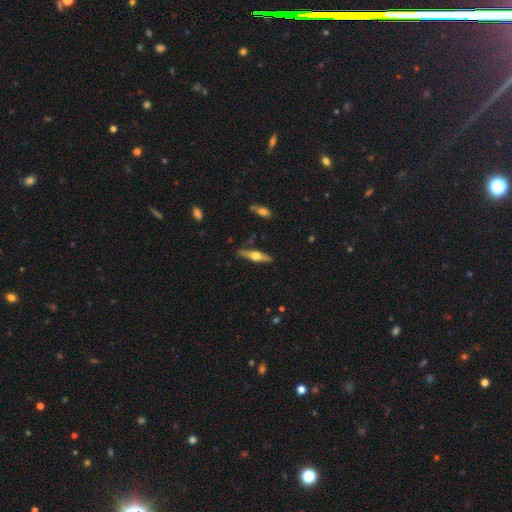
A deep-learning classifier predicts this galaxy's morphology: Q: Smooth or featured?
A: featured or disk (63%); runner-up: smooth (31%)
Q: Edge-on disk?
A: yes (95%); runner-up: no (5%)
Q: Edge-on bulge?
A: rounded (94%); runner-up: boxy (4%)
Q: Merging?
A: none (87%); runner-up: minor disturbance (9%)